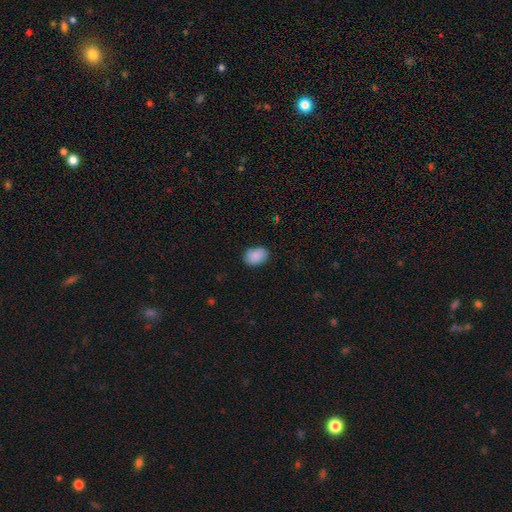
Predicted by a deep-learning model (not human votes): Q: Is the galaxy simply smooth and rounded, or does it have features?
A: smooth — 88%.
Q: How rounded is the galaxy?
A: in between — 77%.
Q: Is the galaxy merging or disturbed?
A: none — 83%.